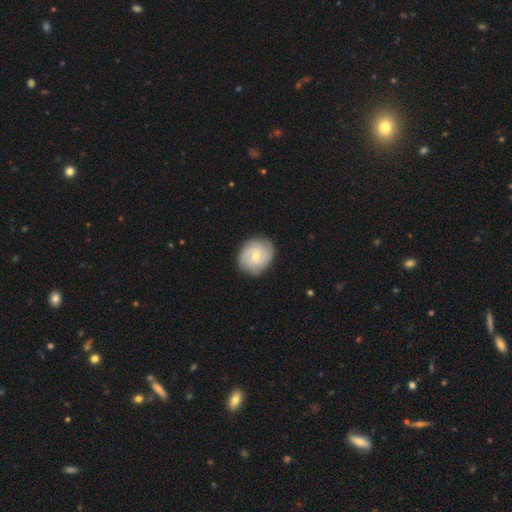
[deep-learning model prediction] Q: Smooth or featured?
A: featured or disk (52%); runner-up: smooth (42%)
Q: Edge-on disk?
A: no (97%); runner-up: yes (3%)
Q: Bar?
A: no (49%); runner-up: weak (43%)
Q: Spiral arms?
A: yes (79%); runner-up: no (21%)
Q: Bulge size?
A: small (48%); tied with: moderate (48%)
Q: Merging?
A: none (82%); runner-up: minor disturbance (13%)